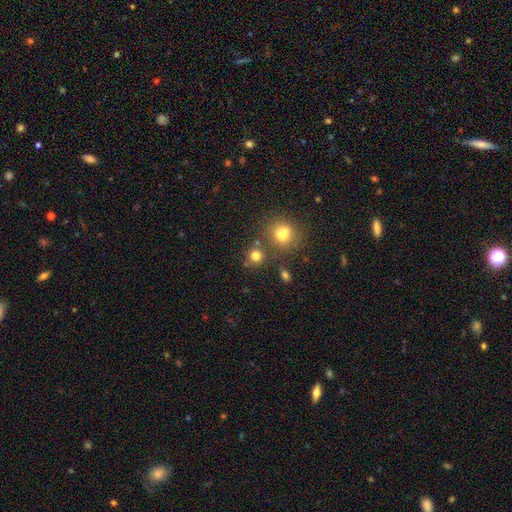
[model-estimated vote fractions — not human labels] smooth_or_featured: smooth (p=0.76) [alt: star or artifact p=0.16]
how_rounded: round (p=0.87) [alt: in between p=0.12]
merging: none (p=0.67) [alt: merger p=0.20]